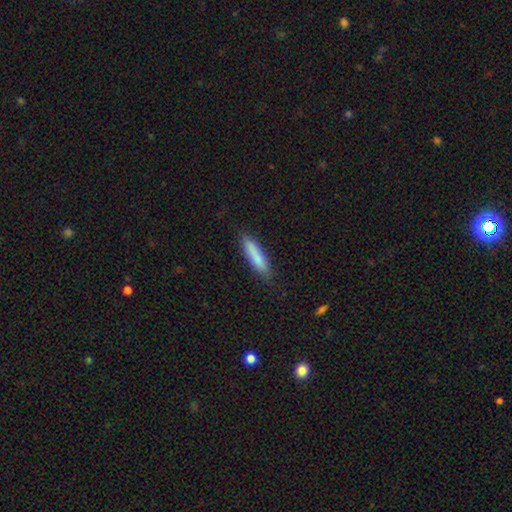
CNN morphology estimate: Smooth or featured? smooth (83%)
How rounded? cigar-shaped (79%)
Merging? none (85%)